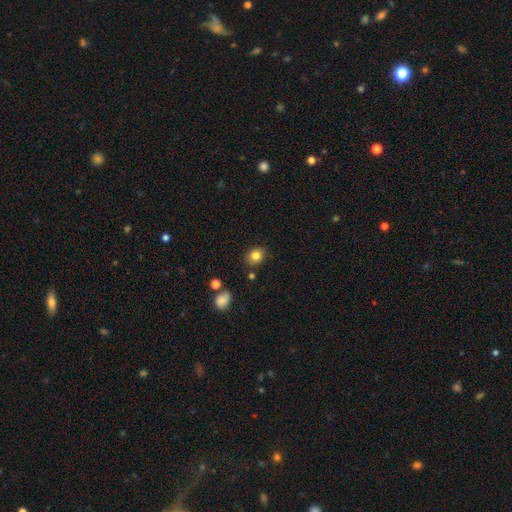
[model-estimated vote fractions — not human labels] Morphology: type=smooth (82%); roundness=round (59%); merging=none (82%).